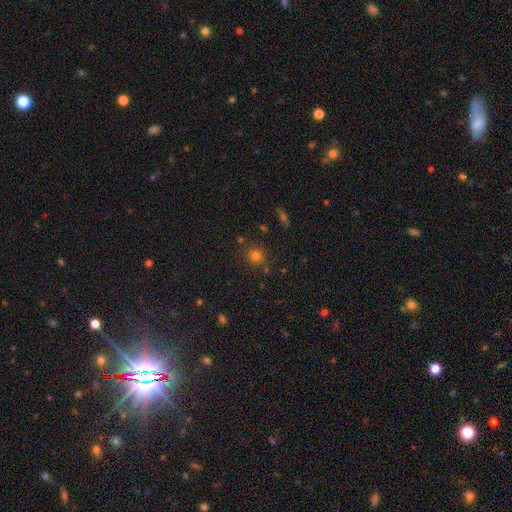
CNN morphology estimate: Smooth or featured: smooth — 75% (star or artifact — 18%)
How rounded: round — 86% (in between — 13%)
Merging: none — 83% (minor disturbance — 9%)